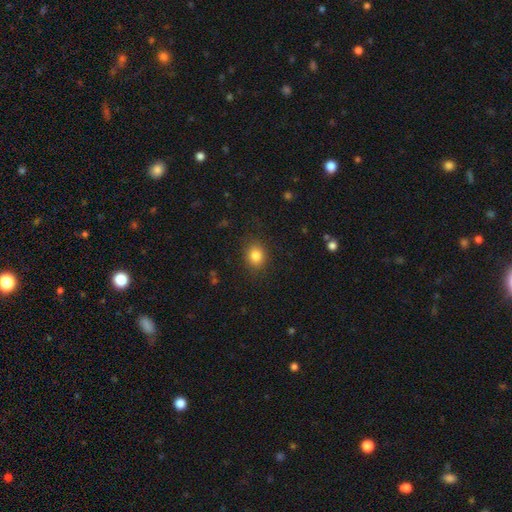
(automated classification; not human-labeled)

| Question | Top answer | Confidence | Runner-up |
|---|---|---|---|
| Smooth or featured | smooth | 84% | star or artifact (11%) |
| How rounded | round | 63% | in between (36%) |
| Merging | none | 86% | minor disturbance (10%) |